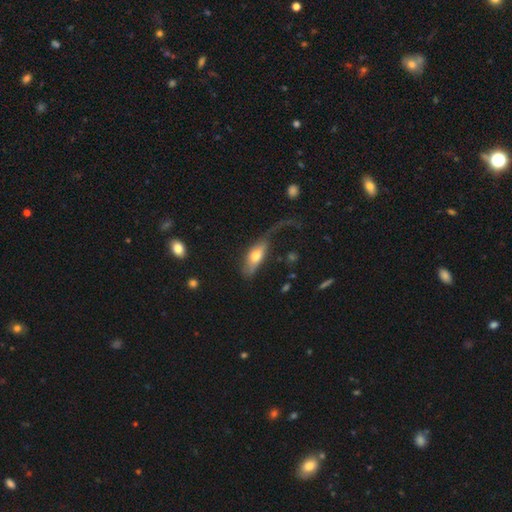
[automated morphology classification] A smooth galaxy with no disk features (62%) that is in between round and cigar-shaped (74%). Merging: major disturbance (44%).